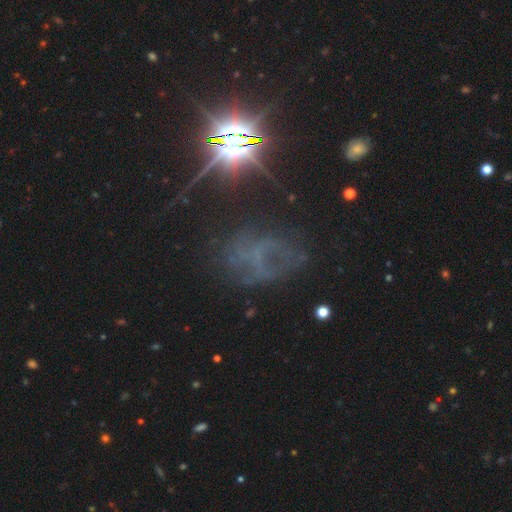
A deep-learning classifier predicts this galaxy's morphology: A star or artifact, not a galaxy (44%).

Vote fractions:
- Smooth or featured? star or artifact: 44% / featured or disk: 38% / smooth: 18%